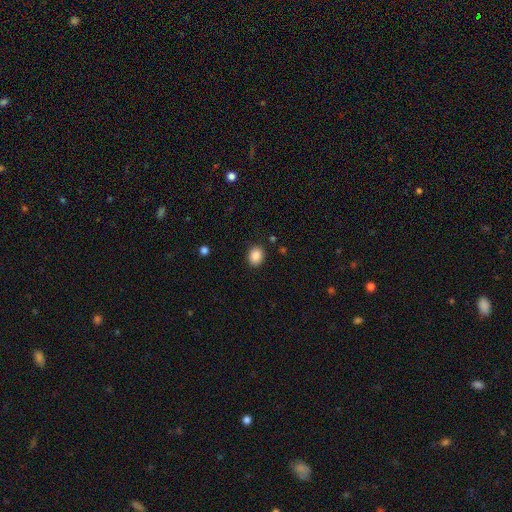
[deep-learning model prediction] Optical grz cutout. It shows a smooth galaxy with no disk features (88%) that is round (52%). Merging: none (87%).